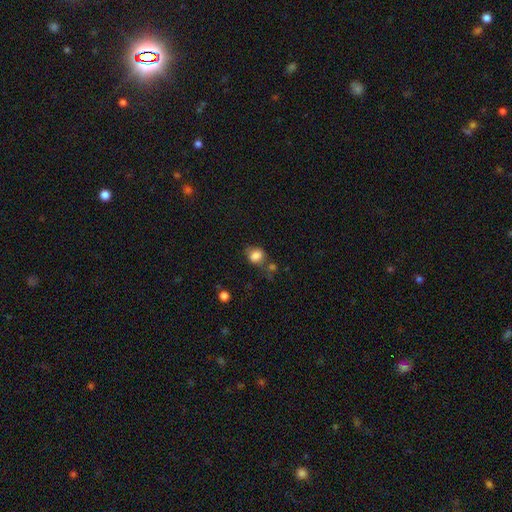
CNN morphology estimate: smooth 82%, star or artifact 10%, featured or disk 8%. Down the decision tree: how rounded — round (52%); merging — none (56%).